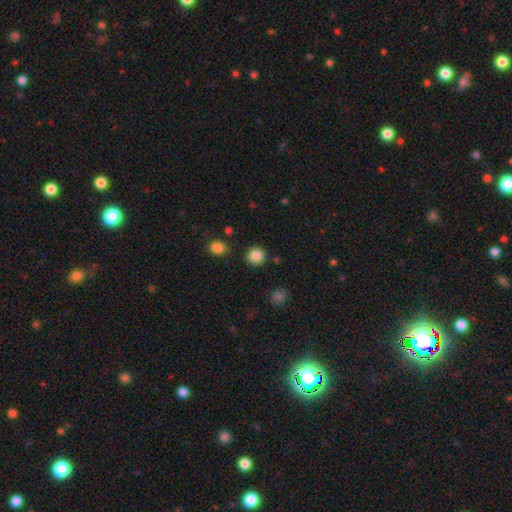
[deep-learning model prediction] This appears to be a smooth galaxy with no disk features (86%) that is round (94%). Merging: none (89%).